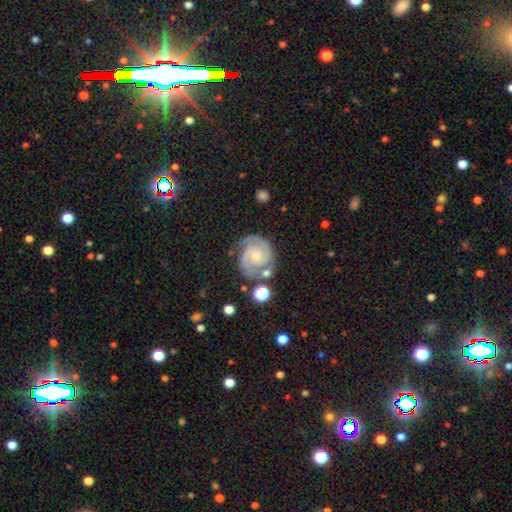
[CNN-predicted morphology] featured or disk 90%, star or artifact 5%, smooth 5%. Down the decision tree: edge-on disk — no (98%); bar — no (68%); spiral arms — yes (98%); spiral arm count — 2 (78%); spiral winding — tight (60%); bulge size — small (60%); merging — none (69%).